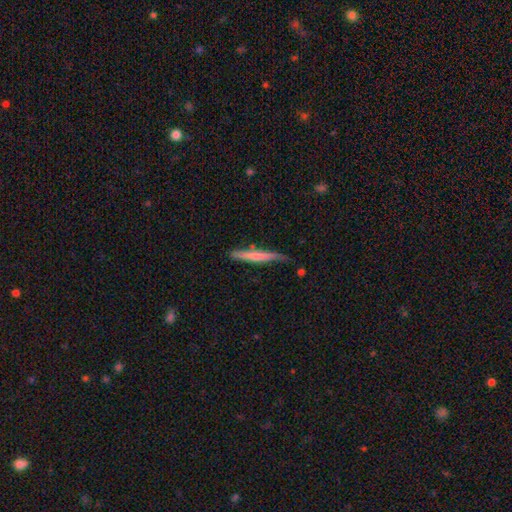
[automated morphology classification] Smooth or featured? Predicted: smooth (p=0.57). How rounded? Predicted: cigar-shaped (p=0.95). Merging? Predicted: none (p=0.66).